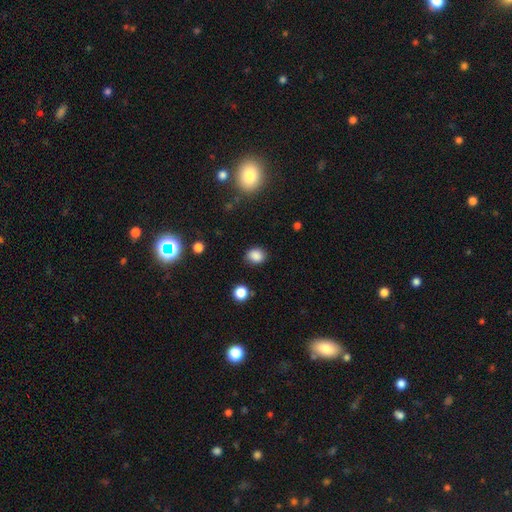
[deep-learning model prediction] Smooth or featured? Predicted: smooth (p=0.86). How rounded? Predicted: round (p=0.58). Merging? Predicted: none (p=0.85).